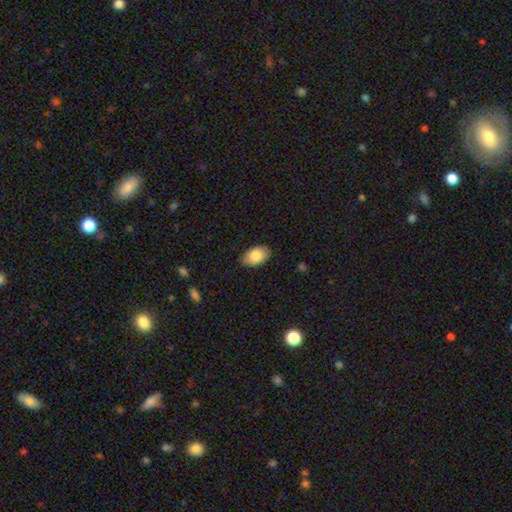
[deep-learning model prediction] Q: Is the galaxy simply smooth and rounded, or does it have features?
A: smooth — 86%.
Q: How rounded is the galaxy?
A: in between — 92%.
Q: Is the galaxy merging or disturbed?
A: none — 83%.